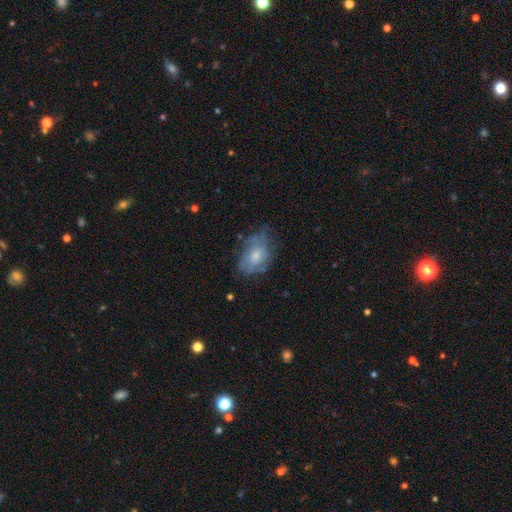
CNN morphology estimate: Smooth or featured?
  - smooth: 49% *
  - featured or disk: 43%
  - star or artifact: 8%
Merging?
  - none: 48% *
  - minor disturbance: 33%
  - major disturbance: 17%
  - merger: 2%